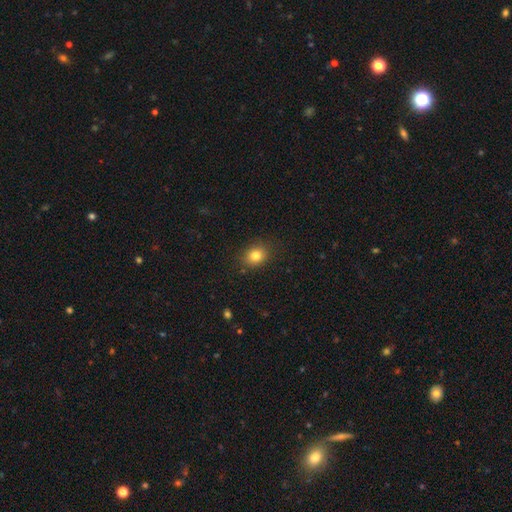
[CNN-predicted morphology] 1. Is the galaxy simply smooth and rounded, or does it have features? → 82% smooth, 11% star or artifact, 7% featured or disk.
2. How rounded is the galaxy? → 54% round, 45% in between, 1% cigar-shaped.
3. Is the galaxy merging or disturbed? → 86% none, 10% minor disturbance, 3% major disturbance, 1% merger.